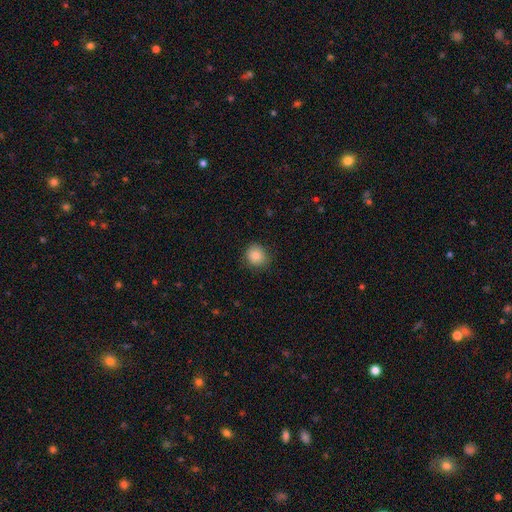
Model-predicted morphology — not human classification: A smooth galaxy with no disk features (86%) that is round (82%). Merging: none (83%).